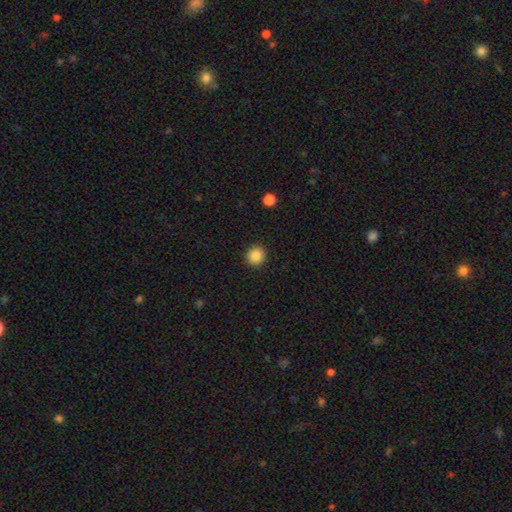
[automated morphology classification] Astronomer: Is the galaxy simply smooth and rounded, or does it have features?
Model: smooth — 87%.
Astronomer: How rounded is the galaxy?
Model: round — 92%.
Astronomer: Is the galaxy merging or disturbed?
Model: none — 92%.